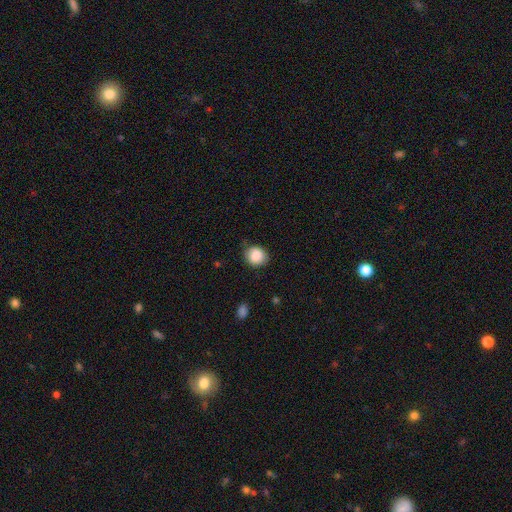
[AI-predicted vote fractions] Smooth or featured? smooth (88%)
How rounded? round (78%)
Merging? none (80%)